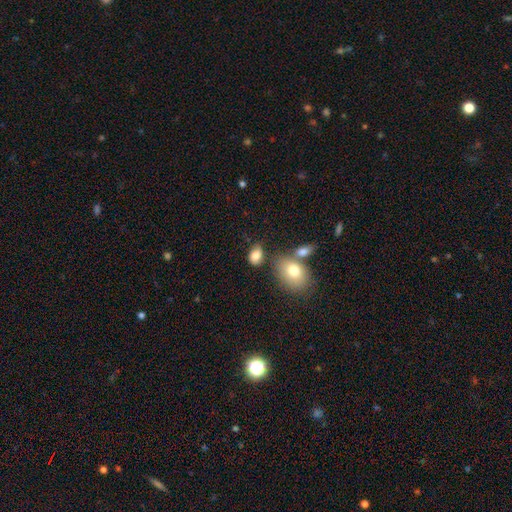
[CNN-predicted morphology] A smooth galaxy with no disk features (80%) that is in between round and cigar-shaped (79%).

Vote fractions:
- Smooth or featured? smooth: 80% / featured or disk: 11% / star or artifact: 9%
- How rounded? in between: 79% / round: 20% / cigar-shaped: 2%
- Merging? none: 55% / minor disturbance: 22% / merger: 15% / major disturbance: 9%